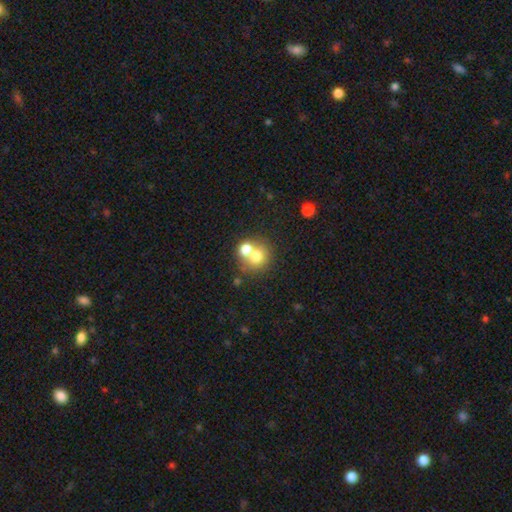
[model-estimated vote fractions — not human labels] A smooth galaxy with no disk features (71%) that is round (81%).

Vote fractions:
- Smooth or featured? smooth: 71% / featured or disk: 16% / star or artifact: 13%
- How rounded? round: 81% / in between: 19% / cigar-shaped: 1%
- Merging? merger: 46% / none: 43% / minor disturbance: 7% / major disturbance: 4%